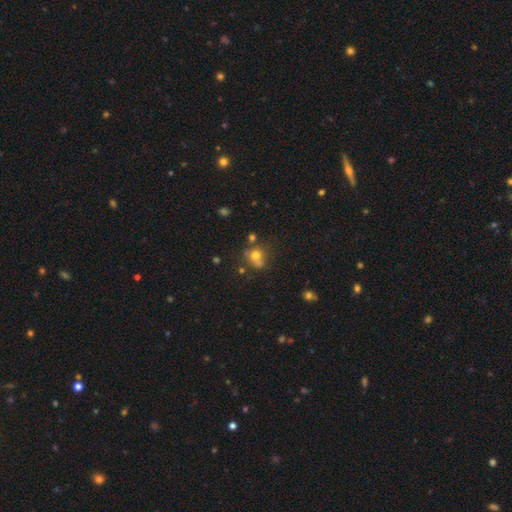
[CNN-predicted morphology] smooth_or_featured: smooth (p=0.68) [alt: featured or disk p=0.17]
how_rounded: round (p=0.67) [alt: in between p=0.31]
merging: none (p=0.47) [alt: merger p=0.22]